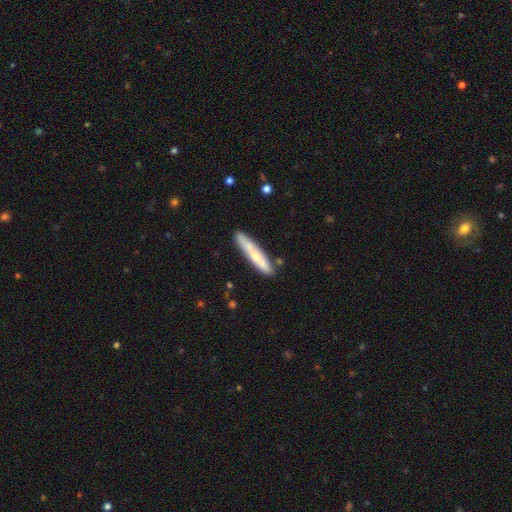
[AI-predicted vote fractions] This is possibly a smooth galaxy (57%). How rounded: clearly cigar-shaped (90%). Merging: clearly none (81%).